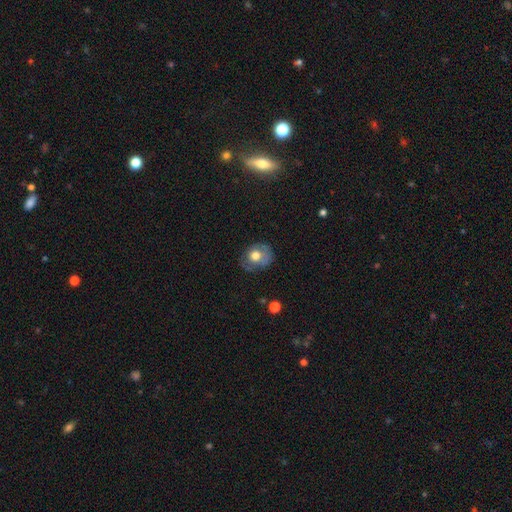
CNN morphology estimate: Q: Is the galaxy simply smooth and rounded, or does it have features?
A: smooth — 60%.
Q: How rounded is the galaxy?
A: round — 64%.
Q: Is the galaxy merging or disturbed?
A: none — 62%.